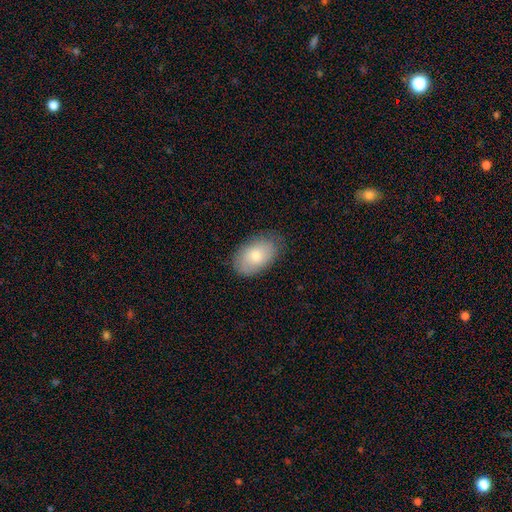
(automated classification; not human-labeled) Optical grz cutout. It shows a smooth galaxy with no disk features (73%) that is in between round and cigar-shaped (90%). Merging: none (80%).